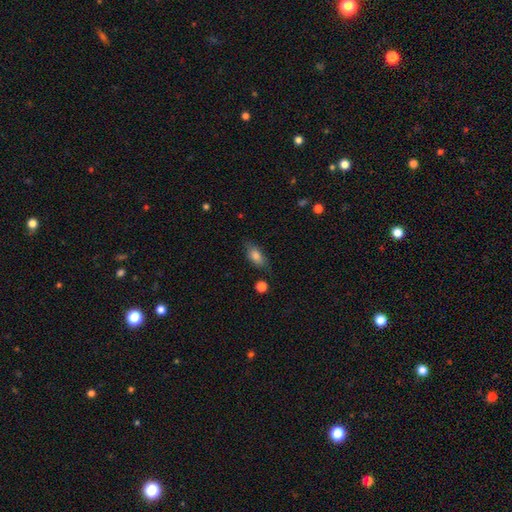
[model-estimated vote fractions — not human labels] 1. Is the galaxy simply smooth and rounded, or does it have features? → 77% smooth, 14% featured or disk, 9% star or artifact.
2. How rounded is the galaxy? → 82% in between, 11% cigar-shaped, 6% round.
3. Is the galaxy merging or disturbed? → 76% none, 17% minor disturbance, 4% major disturbance, 2% merger.